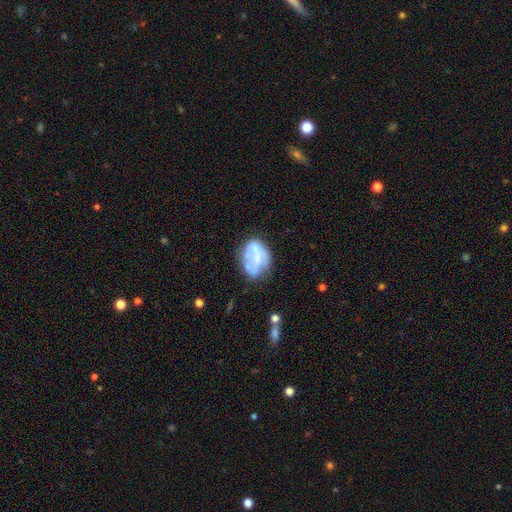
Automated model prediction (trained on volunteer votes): Overall: featured or disk (50%; smooth 41%). Edge-on disk: no (97%). Merging: none (45%; minor disturbance 27%).